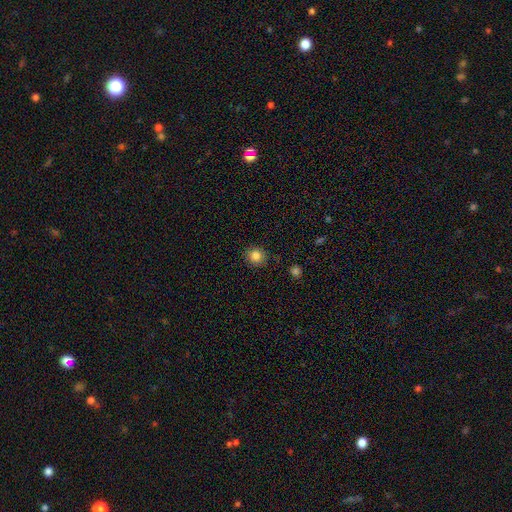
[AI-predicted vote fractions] Morphology: type=smooth (83%); roundness=round (87%); merging=none (86%).